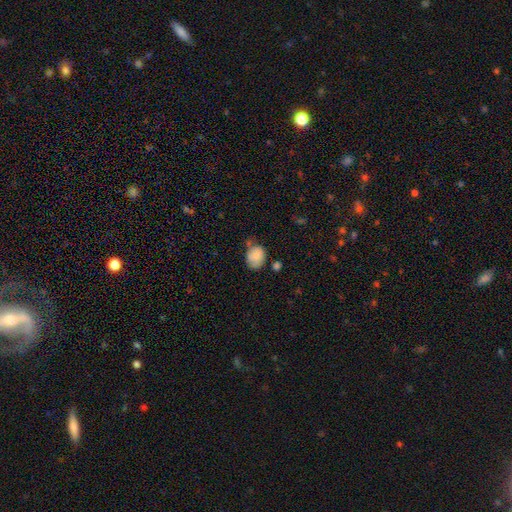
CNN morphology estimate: A smooth galaxy with no disk features (82%) that is in between round and cigar-shaped (54%).

Vote fractions:
- Smooth or featured? smooth: 82% / featured or disk: 10% / star or artifact: 8%
- How rounded? in between: 54% / round: 45% / cigar-shaped: 1%
- Merging? none: 55% / minor disturbance: 29% / merger: 9% / major disturbance: 7%